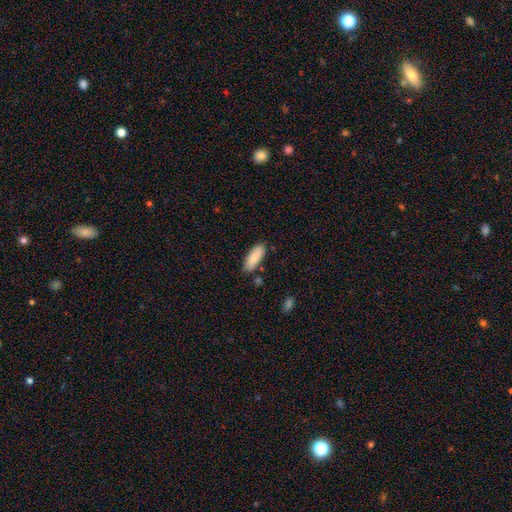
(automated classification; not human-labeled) Morphology: type=smooth (88%); roundness=in between (73%); merging=none (82%).